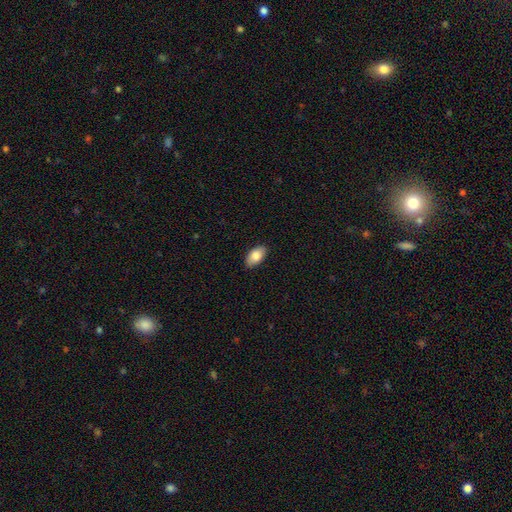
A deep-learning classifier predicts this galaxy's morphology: smooth_or_featured: smooth (p=0.84) [alt: featured or disk p=0.09]
how_rounded: in between (p=0.94) [alt: round p=0.04]
merging: none (p=0.88) [alt: minor disturbance p=0.09]